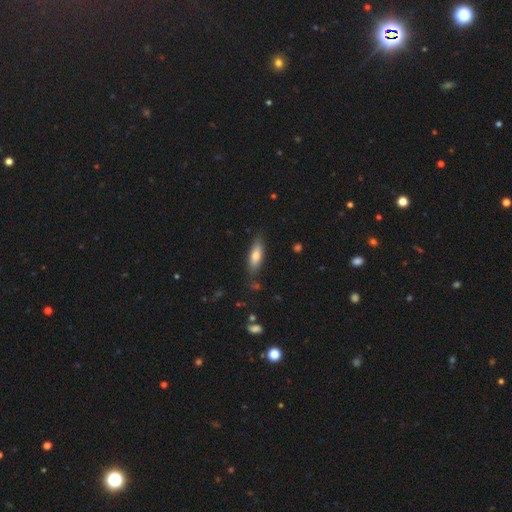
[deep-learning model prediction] This is likely a smooth galaxy (72%). How rounded: likely in between (60%). Merging: likely none (78%).